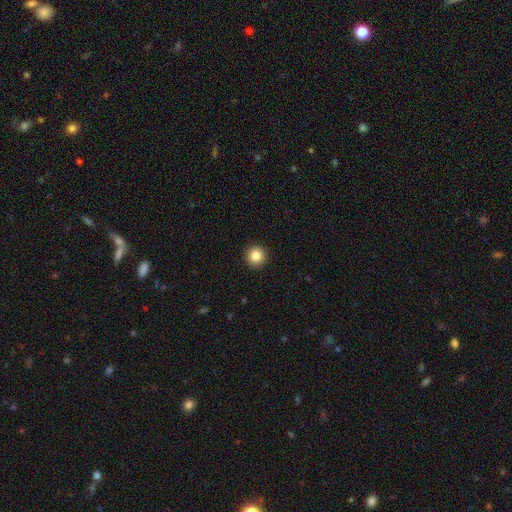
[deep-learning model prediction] Overall: smooth (86%). How rounded: round (95%). Merging: none (93%).